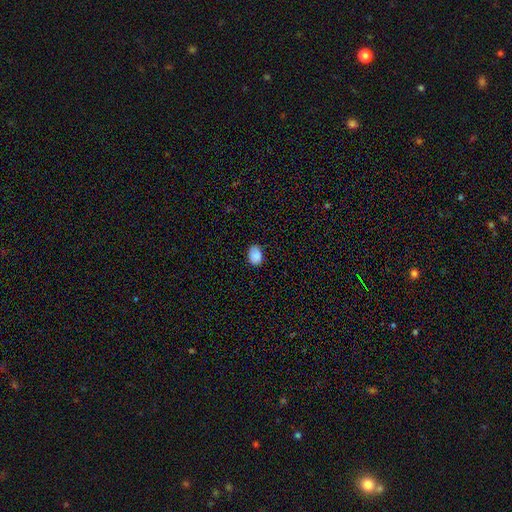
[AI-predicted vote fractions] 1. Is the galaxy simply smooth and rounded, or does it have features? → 87% smooth, 8% star or artifact, 5% featured or disk.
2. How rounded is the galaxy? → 77% in between, 23% round, 1% cigar-shaped.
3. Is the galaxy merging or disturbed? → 76% none, 20% minor disturbance, 3% major disturbance, 1% merger.